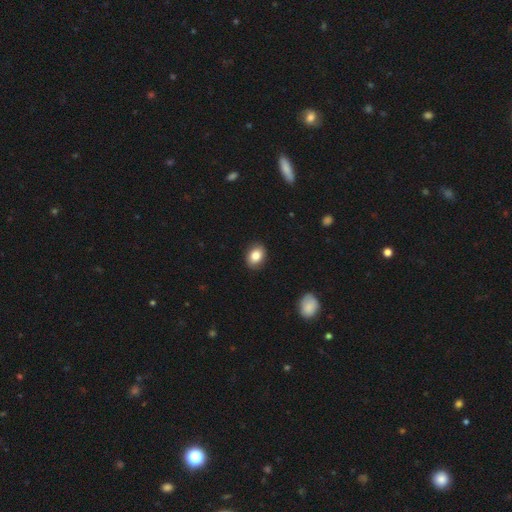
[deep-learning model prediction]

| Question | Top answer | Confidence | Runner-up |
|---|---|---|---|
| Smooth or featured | smooth | 84% | star or artifact (8%) |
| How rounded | in between | 67% | round (32%) |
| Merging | none | 89% | minor disturbance (8%) |